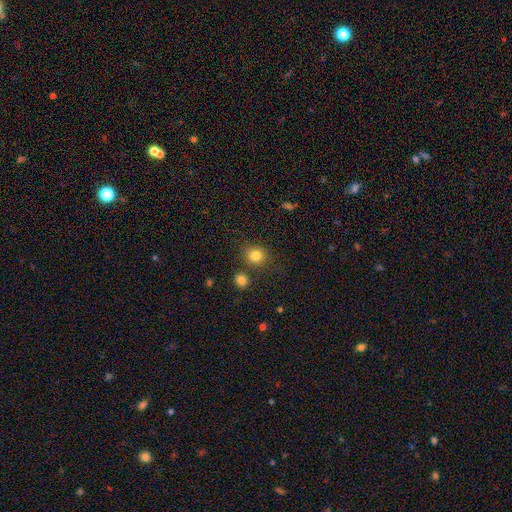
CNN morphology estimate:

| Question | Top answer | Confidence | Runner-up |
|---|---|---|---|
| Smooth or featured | smooth | 82% | star or artifact (12%) |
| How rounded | round | 81% | in between (18%) |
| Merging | none | 79% | minor disturbance (10%) |